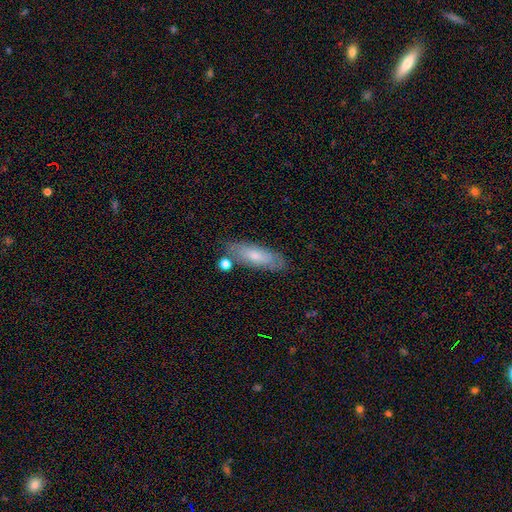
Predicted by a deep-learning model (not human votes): This is likely a smooth galaxy (63%). How rounded: possibly in between (58%). Merging: likely none (75%).